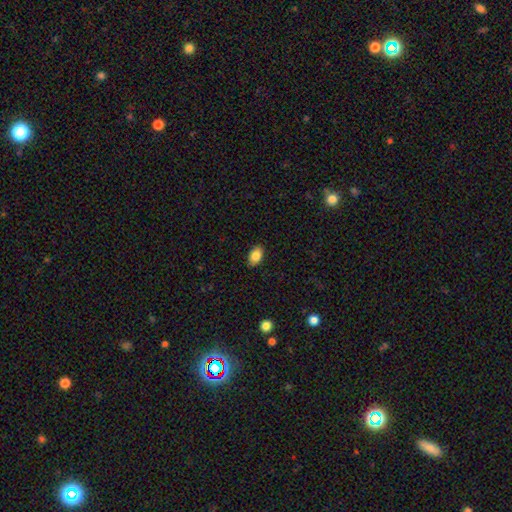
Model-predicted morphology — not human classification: This is clearly a smooth galaxy (85%). How rounded: clearly in between (91%). Merging: clearly none (89%).